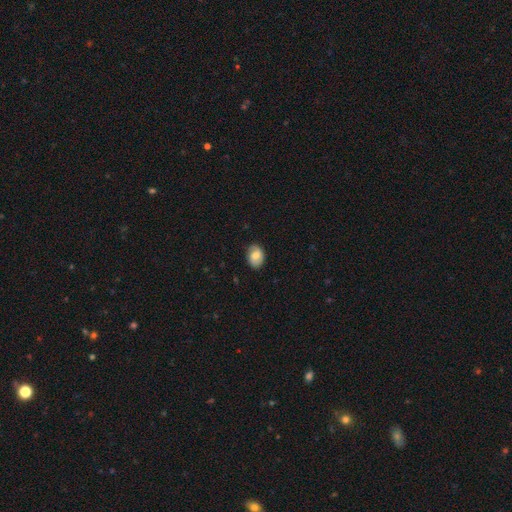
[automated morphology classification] This appears to be a smooth galaxy with no disk features (69%) that is in between round and cigar-shaped (69%). Merging: none (80%).